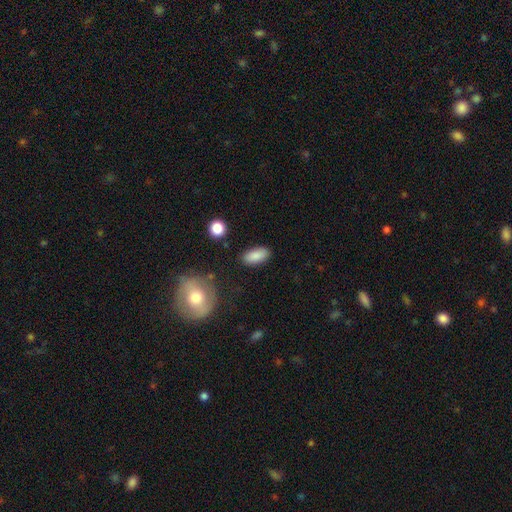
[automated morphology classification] The model was most divided on "merging": none: 86%, minor disturbance: 9%, major disturbance: 3%, merger: 2%. More confident: how rounded — in between (88%); smooth or featured — smooth (87%).